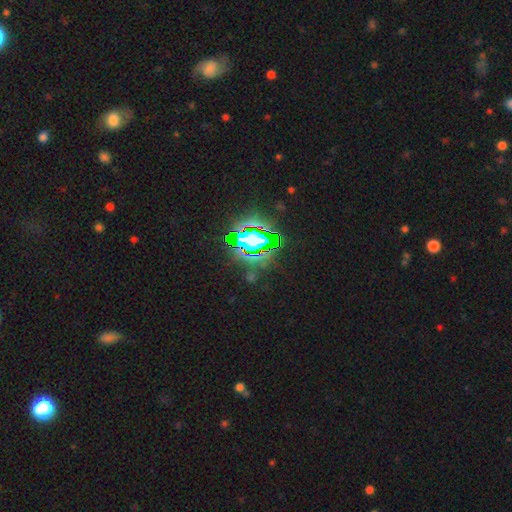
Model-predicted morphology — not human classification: Smooth or featured?
  - star or artifact: 83% *
  - smooth: 10%
  - featured or disk: 7%